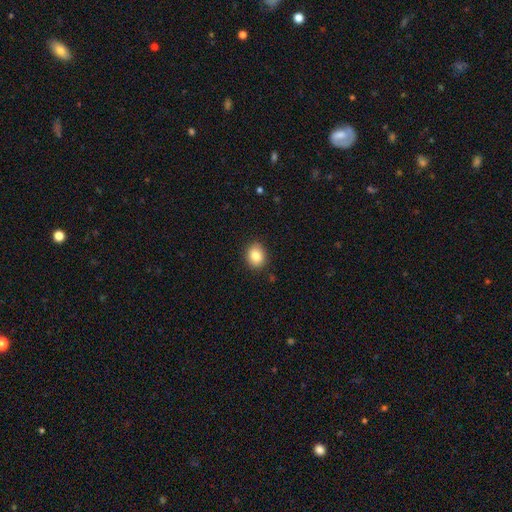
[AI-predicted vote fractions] Overall: smooth (84%). How rounded: round (55%; in between 44%). Merging: none (88%).